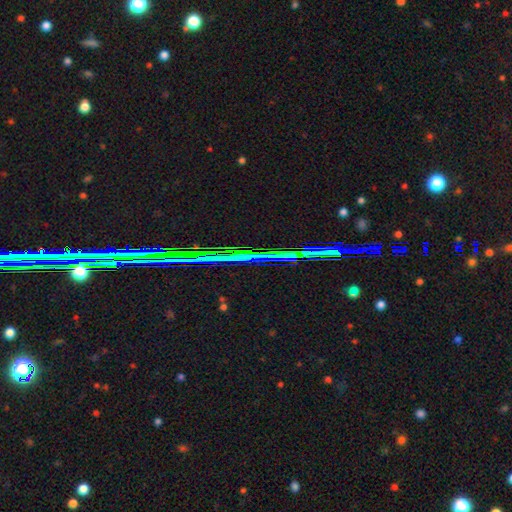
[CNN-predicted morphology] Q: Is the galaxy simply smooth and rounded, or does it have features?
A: star or artifact — 83%.